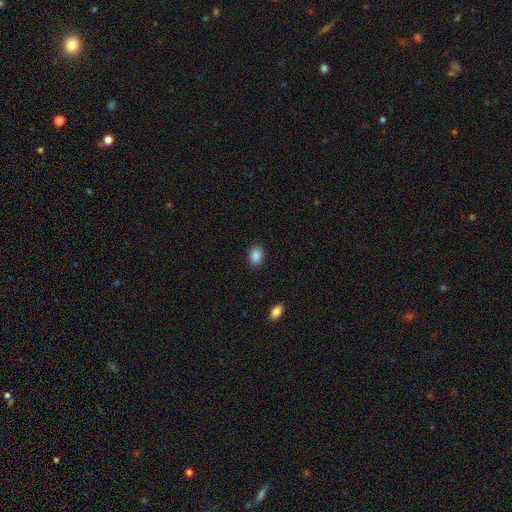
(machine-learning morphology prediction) smooth_or_featured: smooth (p=0.88) [alt: star or artifact p=0.08]
how_rounded: in between (p=0.81) [alt: round p=0.18]
merging: none (p=0.88) [alt: minor disturbance p=0.08]